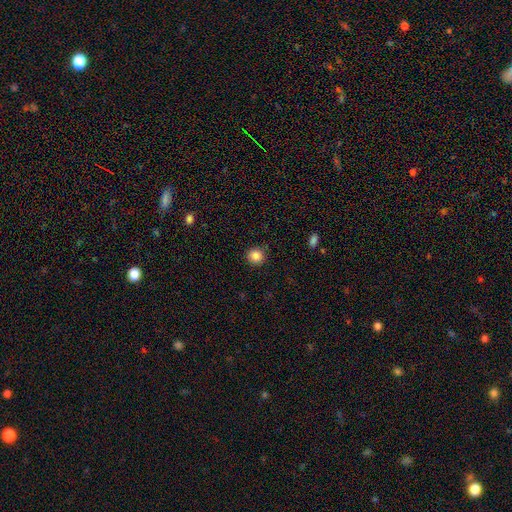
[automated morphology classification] Smooth or featured: smooth — 86% (star or artifact — 10%)
How rounded: round — 92% (in between — 7%)
Merging: none — 88% (minor disturbance — 8%)